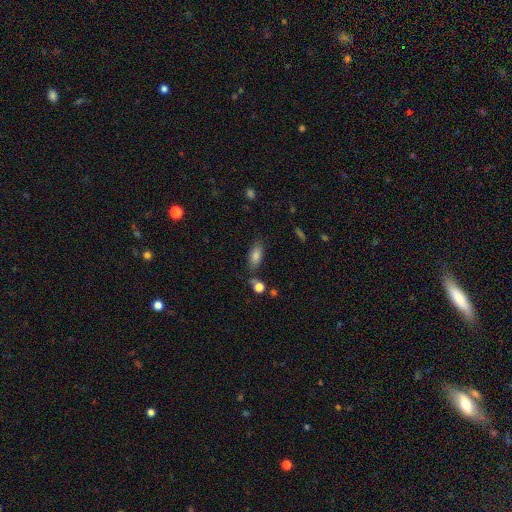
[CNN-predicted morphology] The model was most divided on "merging": none: 73%, minor disturbance: 16%, merger: 6%, major disturbance: 5%. More confident: how rounded — in between (84%); smooth or featured — smooth (80%).